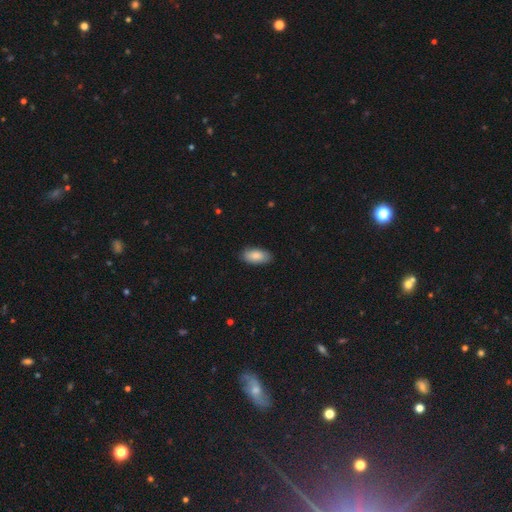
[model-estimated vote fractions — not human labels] Morphology: type=smooth (87%); roundness=in between (93%); merging=none (87%).